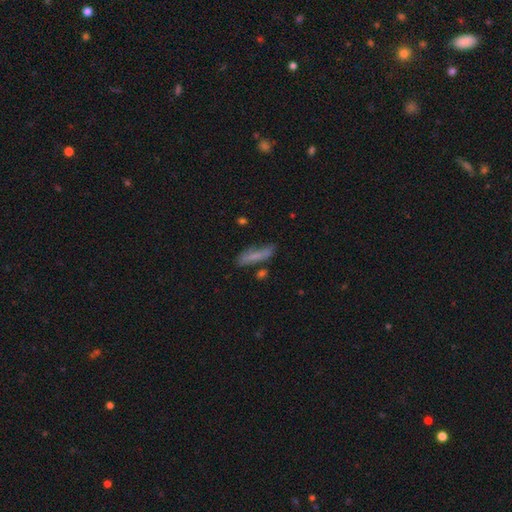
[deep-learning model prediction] Overall: smooth (65%). How rounded: cigar-shaped (77%). Merging: none (62%).